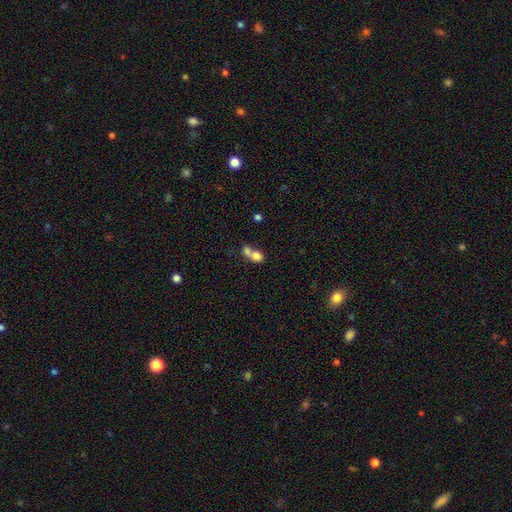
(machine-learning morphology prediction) Smooth or featured? smooth (75%)
How rounded? round (55%)
Merging? merger (72%)